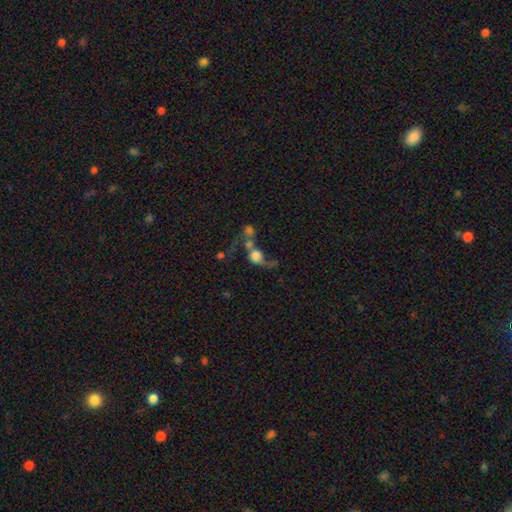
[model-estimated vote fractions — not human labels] smooth_or_featured: smooth (p=0.50) [alt: featured or disk p=0.36]
merging: merger (p=0.59) [alt: major disturbance p=0.20]